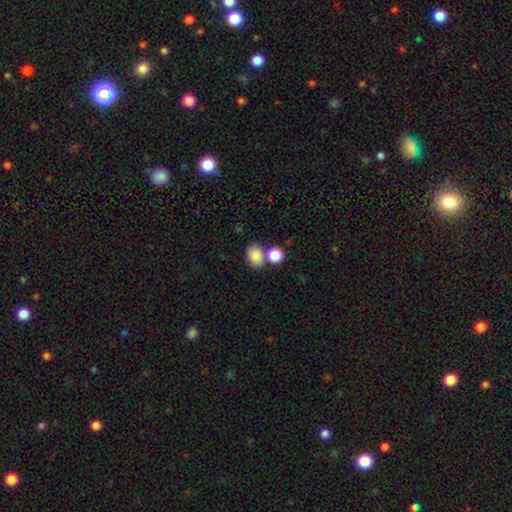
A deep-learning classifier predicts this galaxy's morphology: This appears to be a smooth galaxy with no disk features (85%) that is in between round and cigar-shaped (61%). Merging: none (57%).